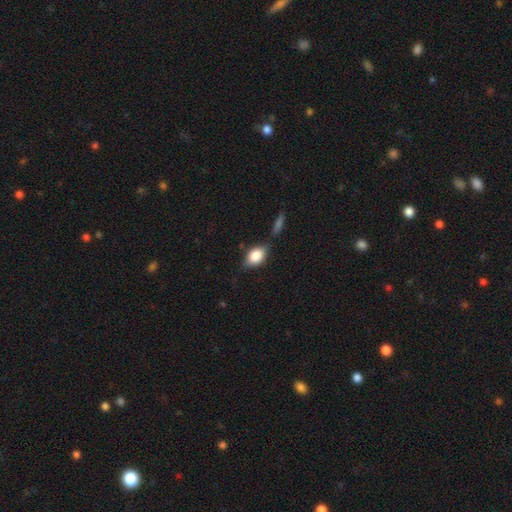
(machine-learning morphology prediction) A smooth galaxy with no disk features (79%) that is in between round and cigar-shaped (82%). Merging: none (62%).